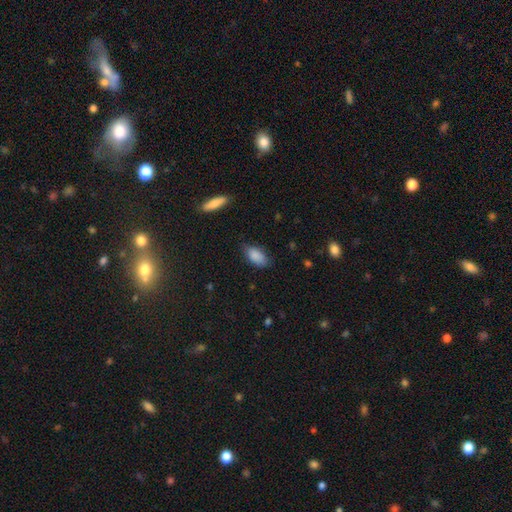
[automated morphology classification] smooth_or_featured: smooth (p=0.87) [alt: star or artifact p=0.07]
how_rounded: in between (p=0.92) [alt: cigar-shaped p=0.05]
merging: none (p=0.72) [alt: minor disturbance p=0.23]